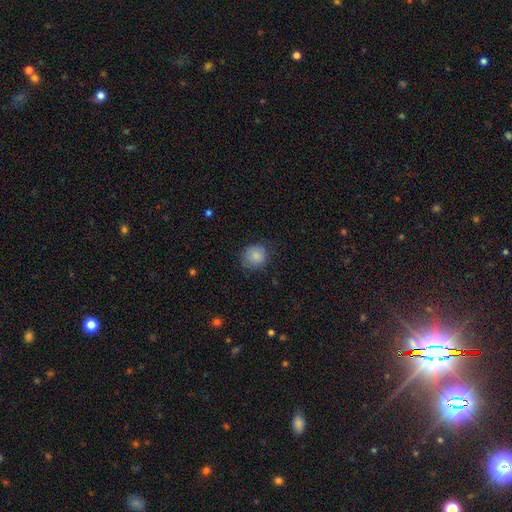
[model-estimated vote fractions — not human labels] This is clearly a smooth galaxy (84%). How rounded: clearly round (81%). Merging: likely none (72%).